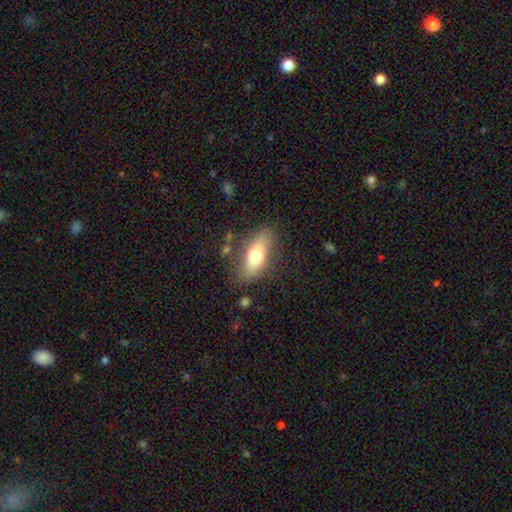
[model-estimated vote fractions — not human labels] smooth-or-featured: smooth: 64% | featured or disk: 28% | star or artifact: 7%
  how-rounded: in between: 72% | cigar-shaped: 23% | round: 5%
  merging: none: 78% | minor disturbance: 15% | major disturbance: 5% | merger: 2%